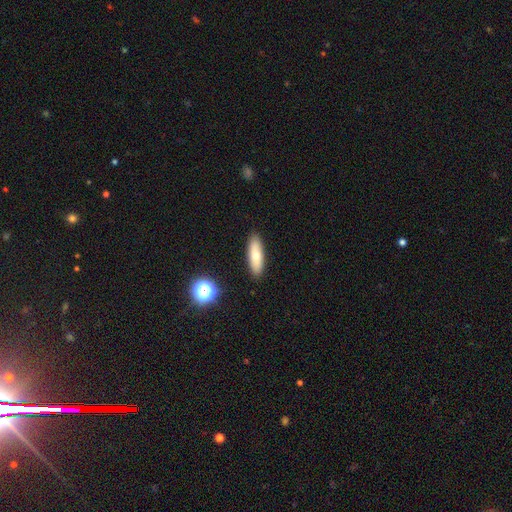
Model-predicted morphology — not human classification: A smooth galaxy with no disk features (67%) that is in between round and cigar-shaped (52%).

Vote fractions:
- Smooth or featured? smooth: 67% / featured or disk: 25% / star or artifact: 8%
- How rounded? in between: 52% / cigar-shaped: 45% / round: 3%
- Merging? none: 89% / minor disturbance: 8% / major disturbance: 2% / merger: 2%